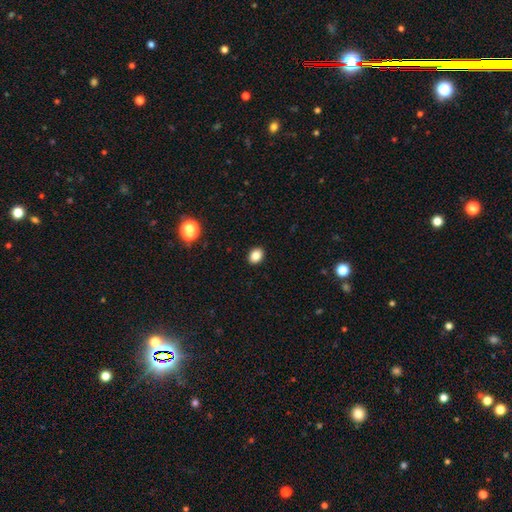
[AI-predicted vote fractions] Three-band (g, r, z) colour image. It shows a smooth galaxy with no disk features (85%) that is in between round and cigar-shaped (59%). Merging: none (91%).